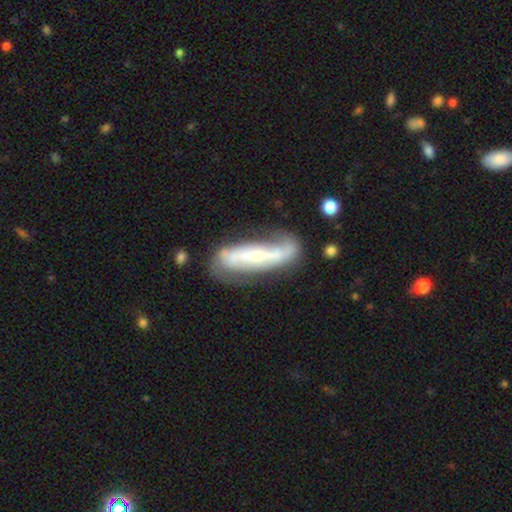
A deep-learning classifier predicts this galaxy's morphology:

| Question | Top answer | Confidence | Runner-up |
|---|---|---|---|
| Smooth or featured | featured or disk | 73% | smooth (21%) |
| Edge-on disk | no | 75% | yes (25%) |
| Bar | strong | 49% | no (29%) |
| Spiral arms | yes | 84% | no (16%) |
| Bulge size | small | 66% | moderate (22%) |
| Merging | none | 60% | minor disturbance (23%) |